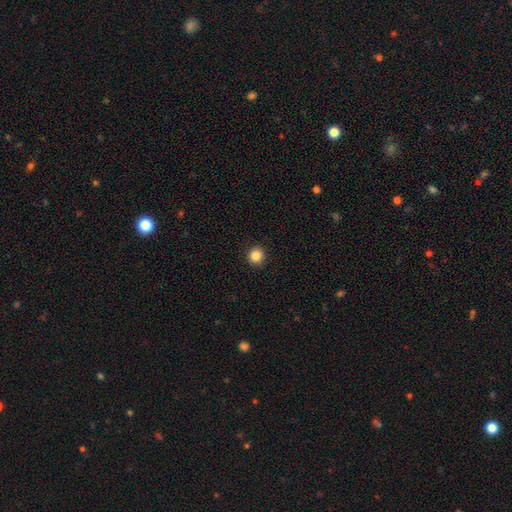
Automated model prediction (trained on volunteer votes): The model was most divided on "smooth or featured": smooth: 87%, star or artifact: 10%, featured or disk: 3%. More confident: how rounded — round (94%); merging — none (93%).